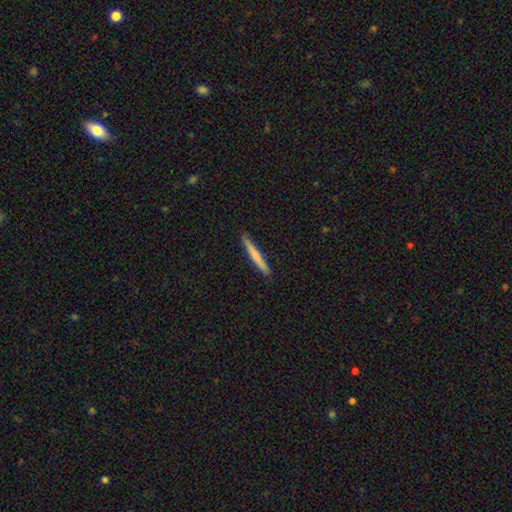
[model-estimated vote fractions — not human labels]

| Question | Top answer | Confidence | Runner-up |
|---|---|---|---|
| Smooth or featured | smooth | 66% | featured or disk (28%) |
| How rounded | cigar-shaped | 96% | in between (3%) |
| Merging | none | 91% | minor disturbance (7%) |